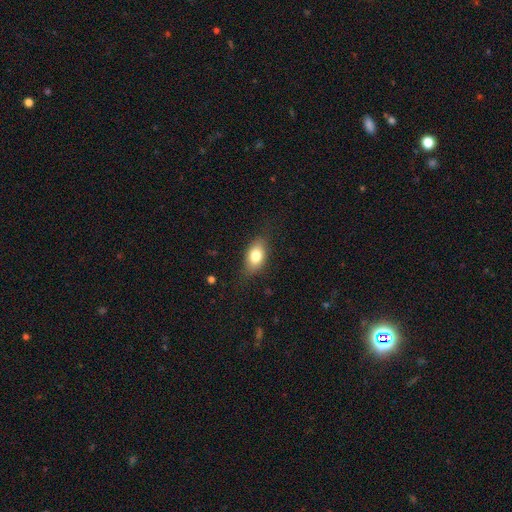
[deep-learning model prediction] This appears to be a smooth galaxy with no disk features (78%) that is in between round and cigar-shaped (86%). Merging: none (78%).